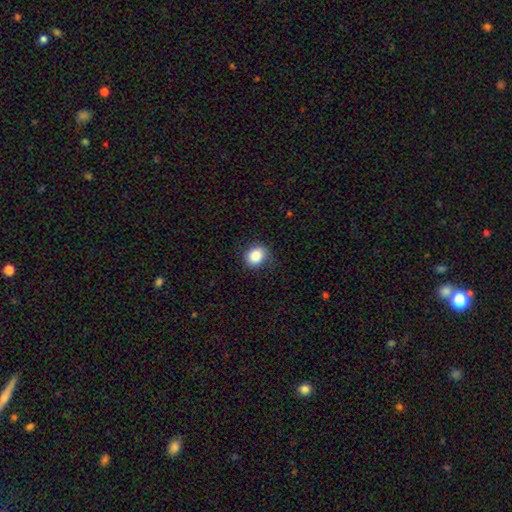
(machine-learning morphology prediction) Smooth or featured? Predicted: smooth (p=0.85). How rounded? Predicted: round (p=0.65). Merging? Predicted: none (p=0.79).